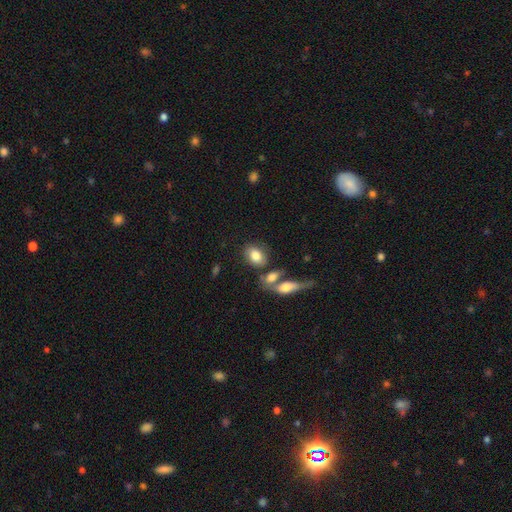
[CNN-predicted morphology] Smooth or featured? smooth (78%)
How rounded? in between (76%)
Merging? none (60%)